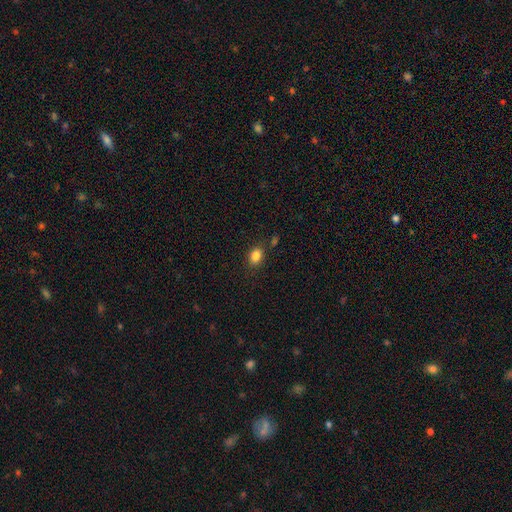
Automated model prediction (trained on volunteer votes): Q: Smooth or featured?
A: smooth (84%); runner-up: star or artifact (10%)
Q: How rounded?
A: in between (65%); runner-up: round (34%)
Q: Merging?
A: none (81%); runner-up: minor disturbance (11%)